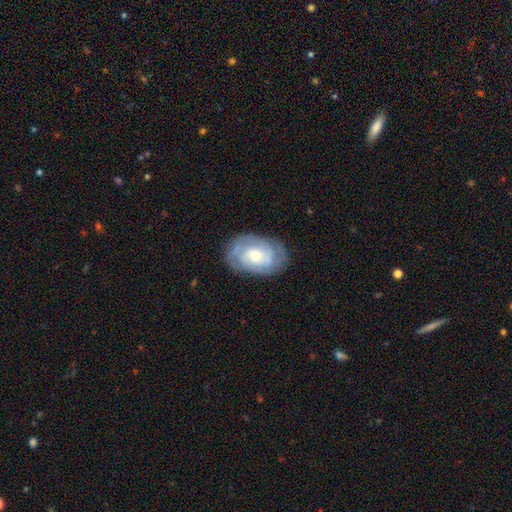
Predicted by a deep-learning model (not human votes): Morphology: type=featured or disk (77%); edge-on=no (96%); bar=no (71%); spiral arms=yes (92%); winding=tight (67%); arm count=can't tell (37%); bulge=moderate (49%); merging=none (78%).